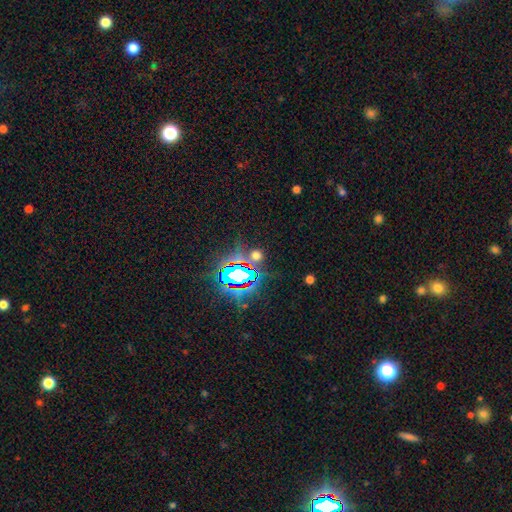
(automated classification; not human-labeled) Smooth or featured: star or artifact — 55% (smooth — 36%)